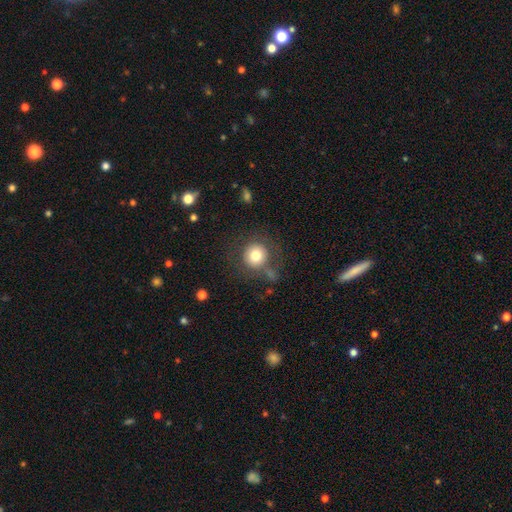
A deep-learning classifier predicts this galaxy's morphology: Smooth or featured? Predicted: smooth (p=0.77). How rounded? Predicted: round (p=0.92). Merging? Predicted: none (p=0.71).